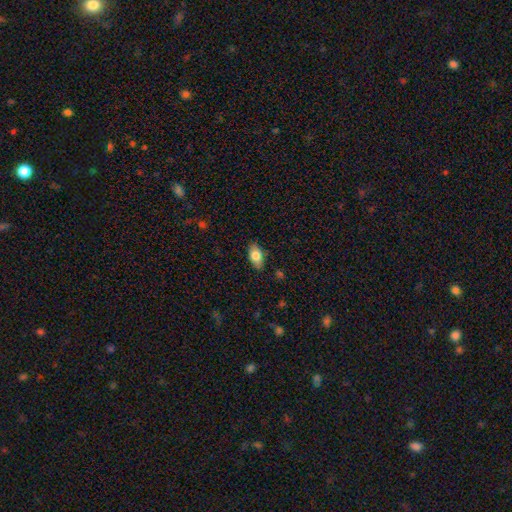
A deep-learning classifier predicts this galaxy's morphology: A smooth galaxy with no disk features (78%) that is in between round and cigar-shaped (90%). Merging: none (86%).